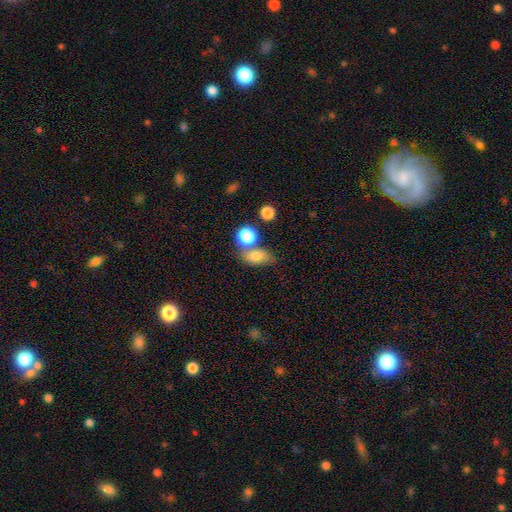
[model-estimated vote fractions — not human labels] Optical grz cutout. It shows a smooth galaxy with no disk features (76%) that is in between round and cigar-shaped (68%). Merging: none (43%).